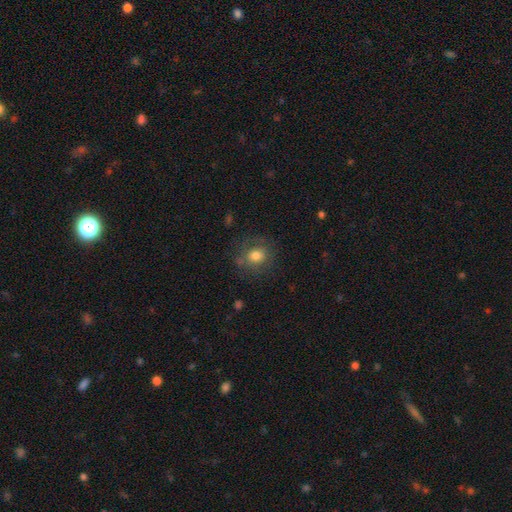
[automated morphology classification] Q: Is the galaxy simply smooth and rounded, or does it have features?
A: smooth — 75%.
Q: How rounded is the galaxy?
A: round — 79%.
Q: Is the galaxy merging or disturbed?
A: none — 75%.